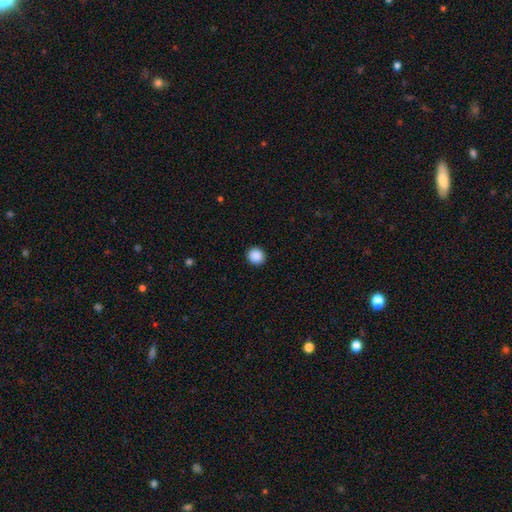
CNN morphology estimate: This is clearly a smooth galaxy (89%). How rounded: clearly round (90%). Merging: clearly none (93%).